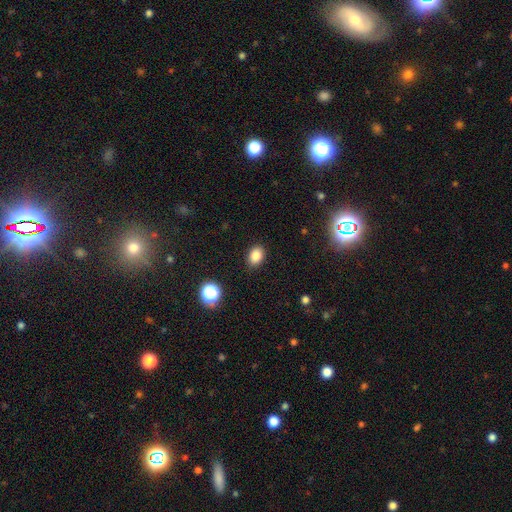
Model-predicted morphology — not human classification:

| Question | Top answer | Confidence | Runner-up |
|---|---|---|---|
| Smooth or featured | smooth | 84% | star or artifact (11%) |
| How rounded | in between | 72% | round (27%) |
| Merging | none | 88% | minor disturbance (8%) |